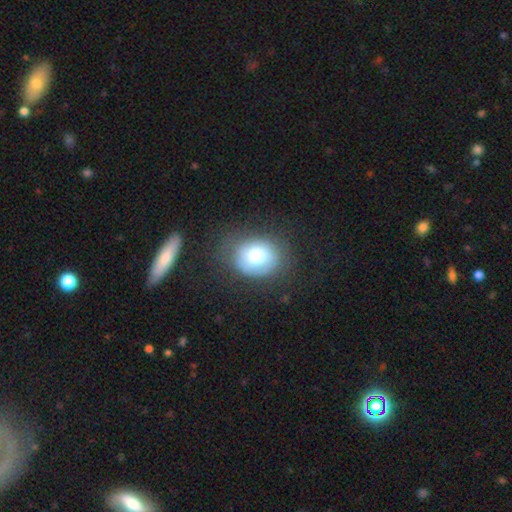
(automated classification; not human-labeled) A smooth galaxy with no disk features (68%) that is round (54%). Merging: none (66%).